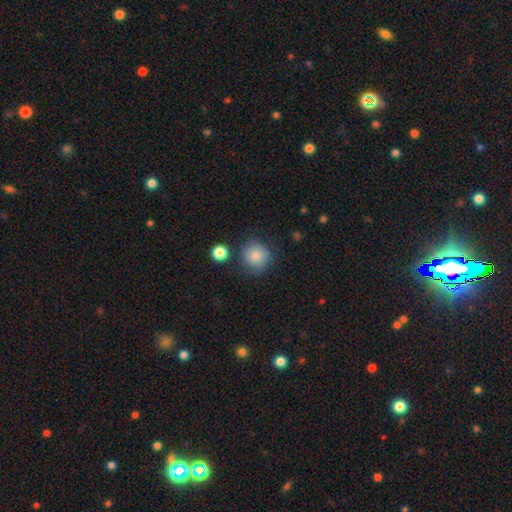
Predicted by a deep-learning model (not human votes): This appears to be a smooth galaxy with no disk features (83%) that is round (89%). Merging: none (73%).